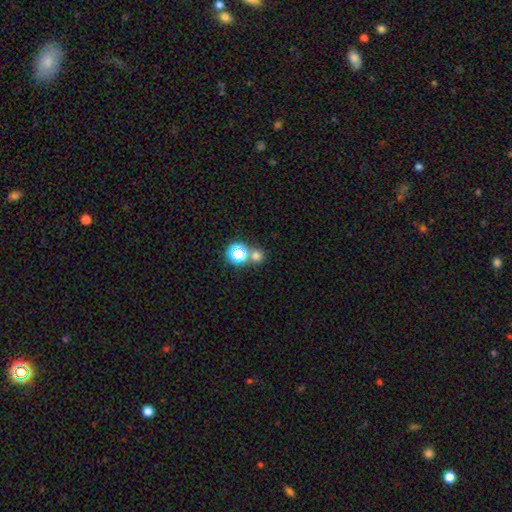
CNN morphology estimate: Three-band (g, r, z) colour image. It shows a smooth galaxy with no disk features (66%) that is round (89%). Merging: none (68%).